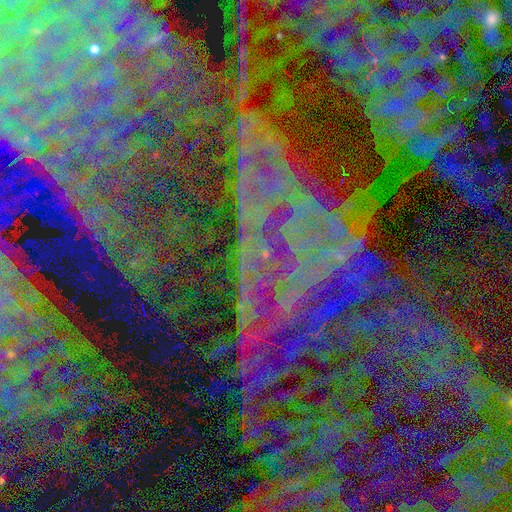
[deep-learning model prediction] Morphology: type=star or artifact (86%).